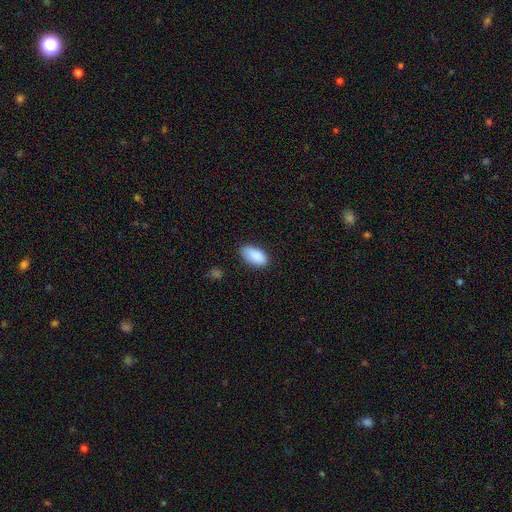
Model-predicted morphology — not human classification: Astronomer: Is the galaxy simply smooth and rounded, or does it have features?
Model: smooth — 89%.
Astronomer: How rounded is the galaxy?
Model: in between — 94%.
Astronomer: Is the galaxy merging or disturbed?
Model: none — 76%.